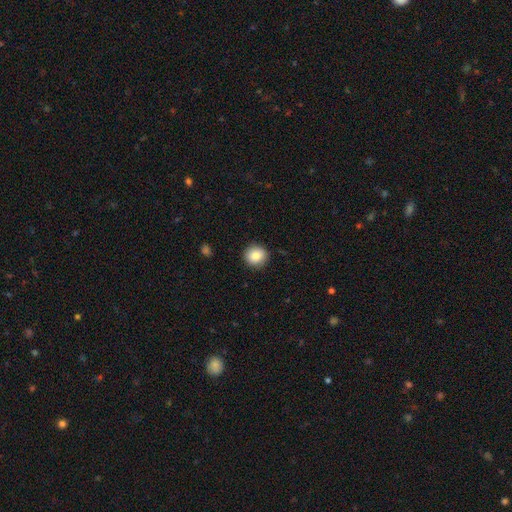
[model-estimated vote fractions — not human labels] Smooth or featured?
  - smooth: 84% *
  - star or artifact: 9%
  - featured or disk: 7%
How rounded?
  - round: 91% *
  - in between: 8%
  - cigar-shaped: 1%
Merging?
  - none: 91% *
  - minor disturbance: 7%
  - major disturbance: 2%
  - merger: 1%